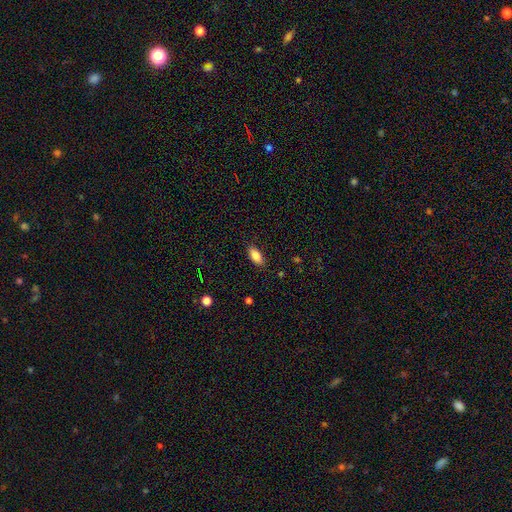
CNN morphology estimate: Smooth or featured? Predicted: smooth (p=0.85). How rounded? Predicted: in between (p=0.88). Merging? Predicted: none (p=0.86).